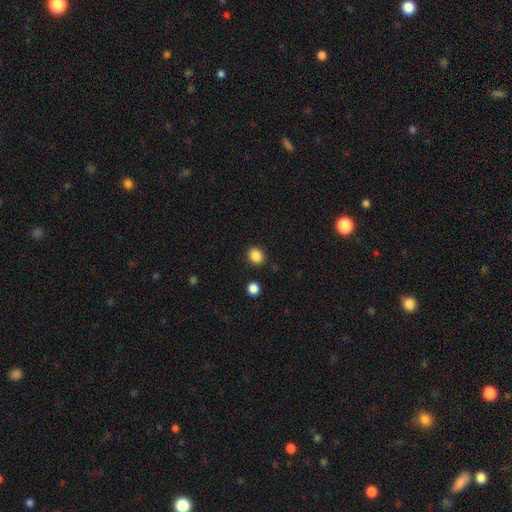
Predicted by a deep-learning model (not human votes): Smooth or featured? Predicted: smooth (p=0.87). How rounded? Predicted: round (p=0.64). Merging? Predicted: none (p=0.88).